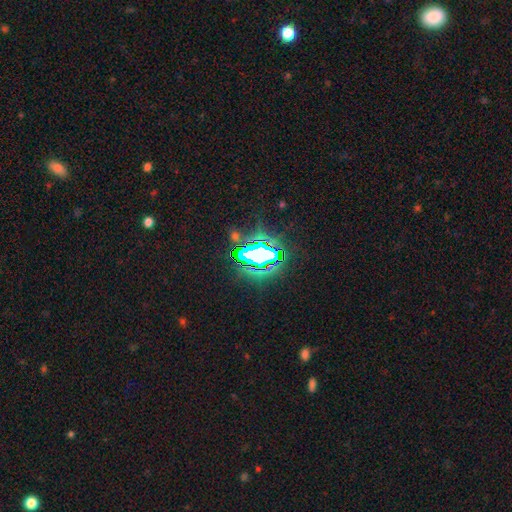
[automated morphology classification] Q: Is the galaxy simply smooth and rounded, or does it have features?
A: star or artifact — 69%.